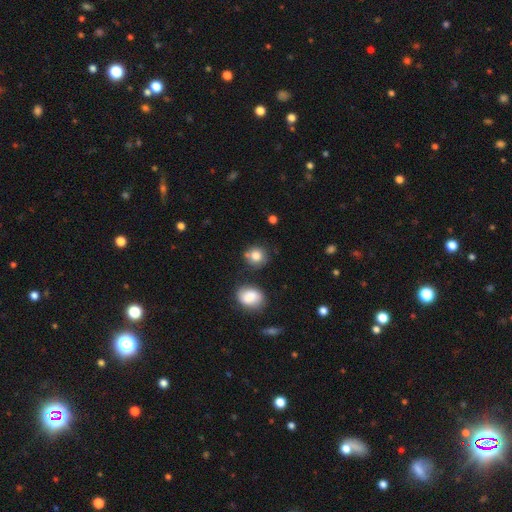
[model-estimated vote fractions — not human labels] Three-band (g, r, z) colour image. It shows a smooth galaxy with no disk features (81%) that is round (83%). Merging: none (69%).